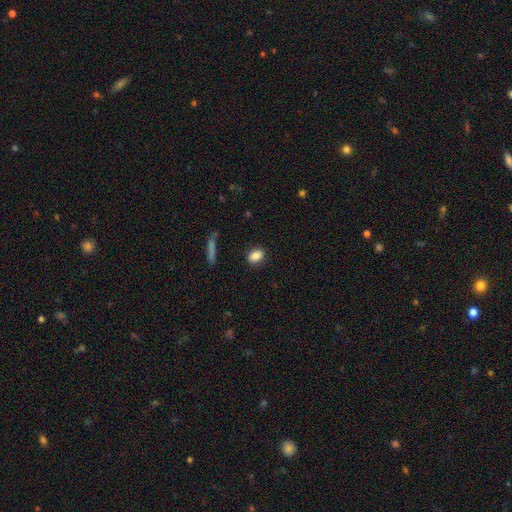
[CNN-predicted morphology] A smooth galaxy with no disk features (88%) that is in between round and cigar-shaped (78%).

Vote fractions:
- Smooth or featured? smooth: 88% / star or artifact: 8% / featured or disk: 4%
- How rounded? in between: 78% / round: 19% / cigar-shaped: 3%
- Merging? none: 87% / minor disturbance: 9% / major disturbance: 2% / merger: 1%